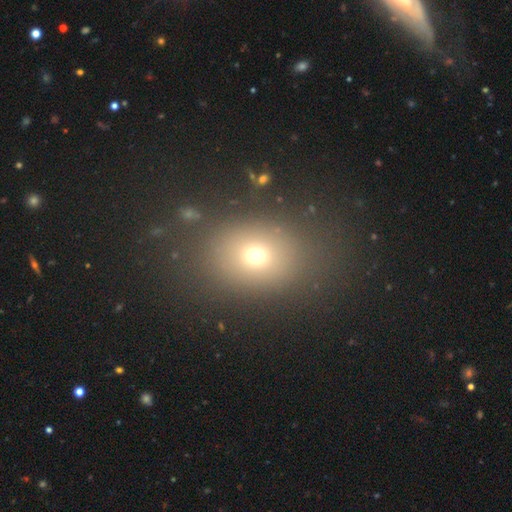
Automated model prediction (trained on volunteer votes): This appears to be a smooth galaxy with no disk features (68%) that is in between round and cigar-shaped (54%). Merging: none (81%).